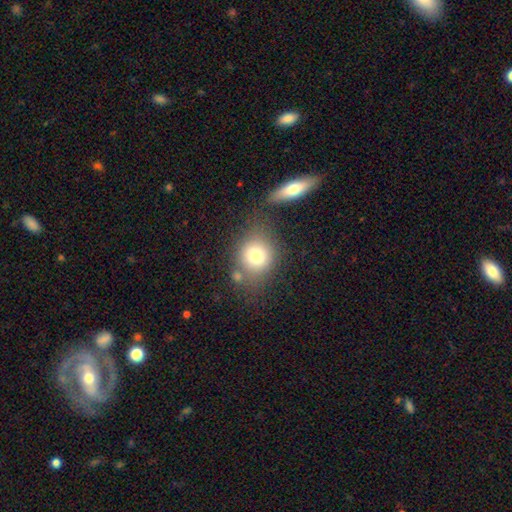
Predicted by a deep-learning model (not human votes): This appears to be a smooth galaxy with no disk features (76%) that is round (72%). Merging: none (60%).